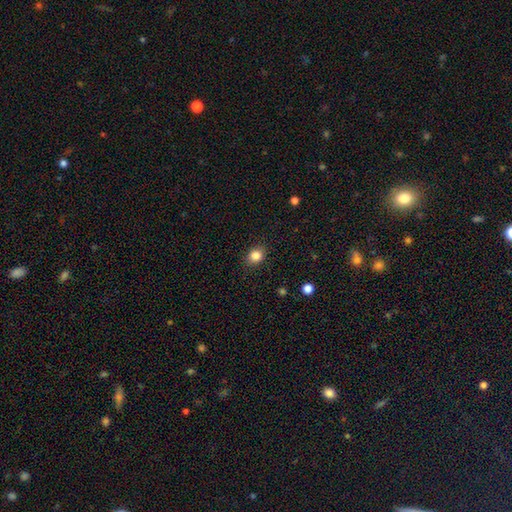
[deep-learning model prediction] This is clearly a smooth galaxy (84%). How rounded: likely round (61%). Merging: clearly none (87%).